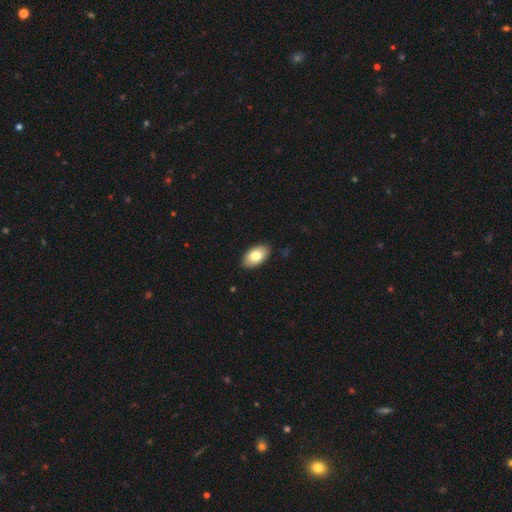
smooth_or_featured: smooth (p=0.75) [alt: featured or disk p=0.17]
how_rounded: in between (p=0.97) [alt: round p=0.03]
merging: none (p=0.95) [alt: minor disturbance p=0.03]